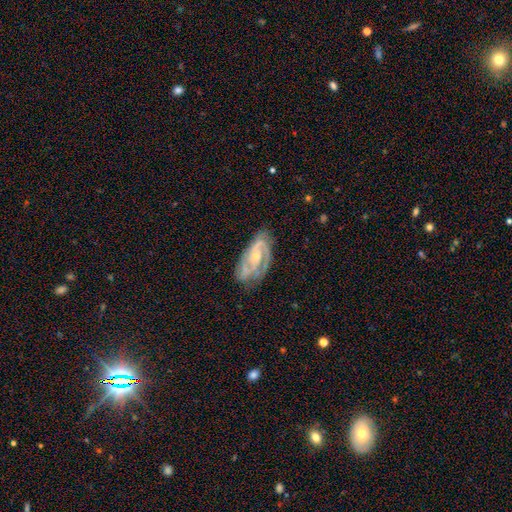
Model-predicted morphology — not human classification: Smooth or featured? featured or disk (86%)
Edge-on disk? no (95%)
Bar? no (57%)
Spiral arms? yes (96%)
Spiral winding? tight (53%)
Spiral arm count? 2 (52%)
Bulge size? small (58%)
Merging? none (70%)